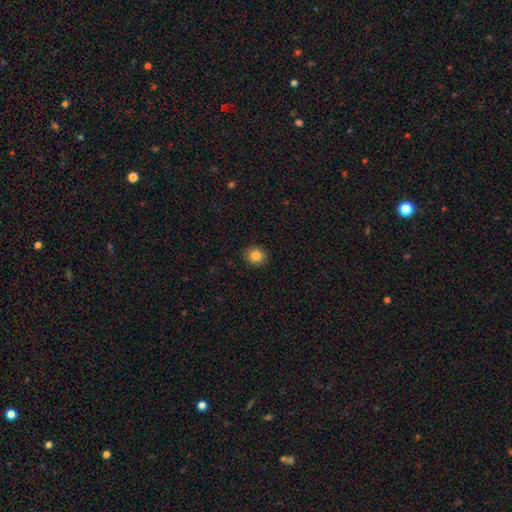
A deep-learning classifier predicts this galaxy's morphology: type=smooth (86%); roundness=round (77%); merging=none (90%).